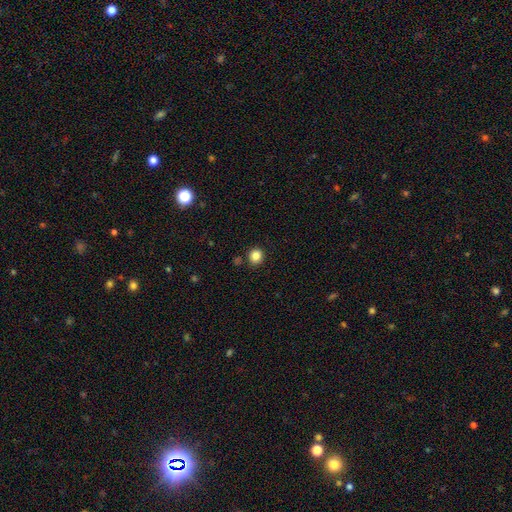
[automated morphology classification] type=smooth (84%); roundness=round (88%); merging=none (88%).